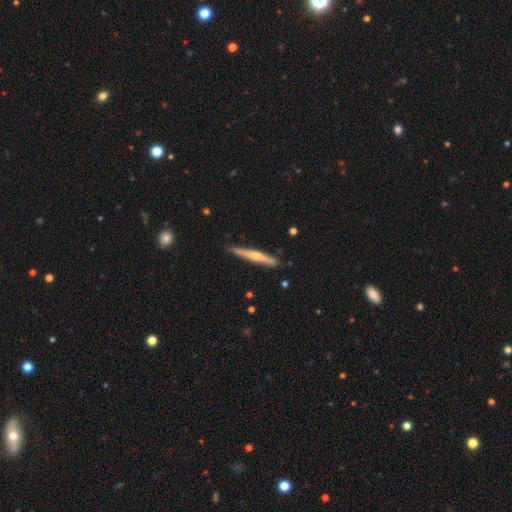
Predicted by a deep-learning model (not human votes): smooth-or-featured: featured or disk: 58% | smooth: 37% | star or artifact: 5%
  disk-edge-on: yes: 96% | no: 4%
    edge-on-bulge: rounded: 72% | none: 23% | boxy: 5%
  merging: none: 86% | minor disturbance: 11% | major disturbance: 2% | merger: 2%